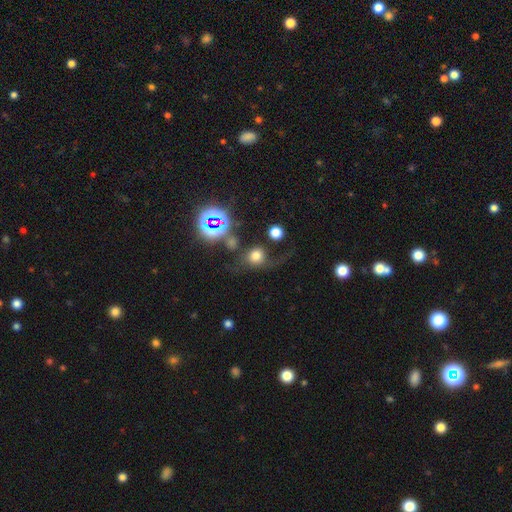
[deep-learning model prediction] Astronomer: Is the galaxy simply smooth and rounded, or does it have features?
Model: smooth — 64%.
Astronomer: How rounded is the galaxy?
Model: round — 80%.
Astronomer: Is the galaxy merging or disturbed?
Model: none — 47% (runner-up: major disturbance, 25%).